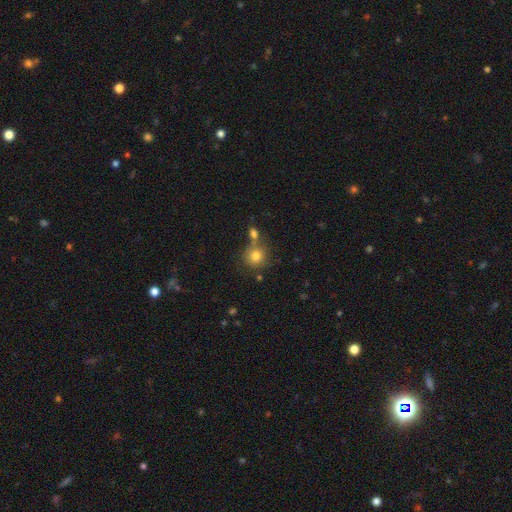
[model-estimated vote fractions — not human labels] Smooth or featured?
  - smooth: 79% *
  - star or artifact: 11%
  - featured or disk: 10%
How rounded?
  - round: 88% *
  - in between: 11%
  - cigar-shaped: 1%
Merging?
  - none: 61% *
  - merger: 24%
  - minor disturbance: 11%
  - major disturbance: 4%